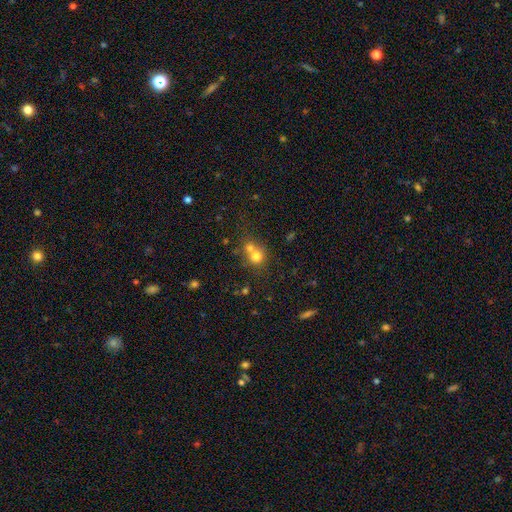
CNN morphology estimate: Smooth or featured?
  - smooth: 71% *
  - star or artifact: 15%
  - featured or disk: 14%
How rounded?
  - round: 82% *
  - in between: 17%
  - cigar-shaped: 1%
Merging?
  - merger: 53% *
  - none: 37%
  - minor disturbance: 7%
  - major disturbance: 3%